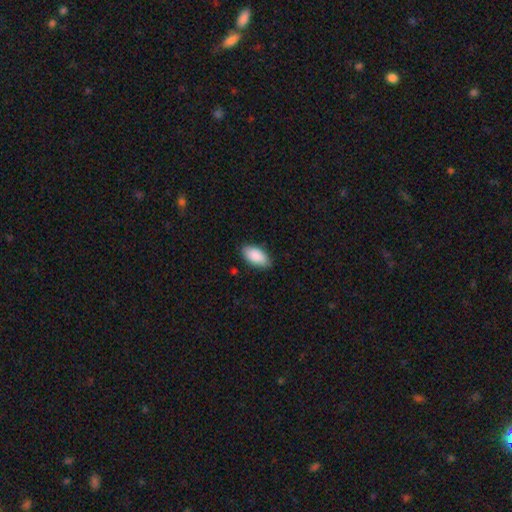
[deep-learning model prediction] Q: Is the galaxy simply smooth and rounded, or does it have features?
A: smooth — 89%.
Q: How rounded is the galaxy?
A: in between — 94%.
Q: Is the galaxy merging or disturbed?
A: none — 84%.